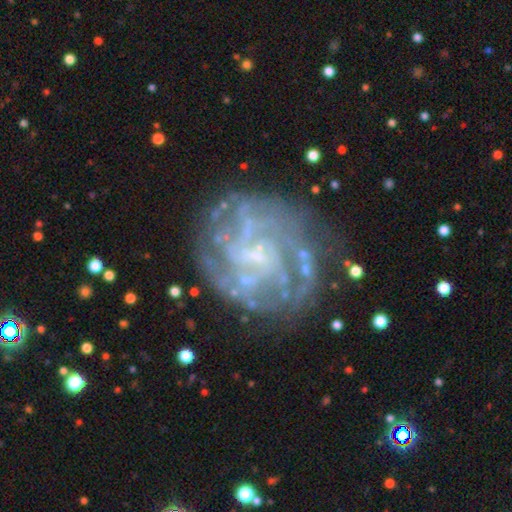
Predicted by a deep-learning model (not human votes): Morphology: type=featured or disk (83%); edge-on=no (98%); bar=no (48%); spiral arms=yes (85%); winding=tight (57%); arm count=can't tell (40%); bulge=small (53%); merging=none (70%).